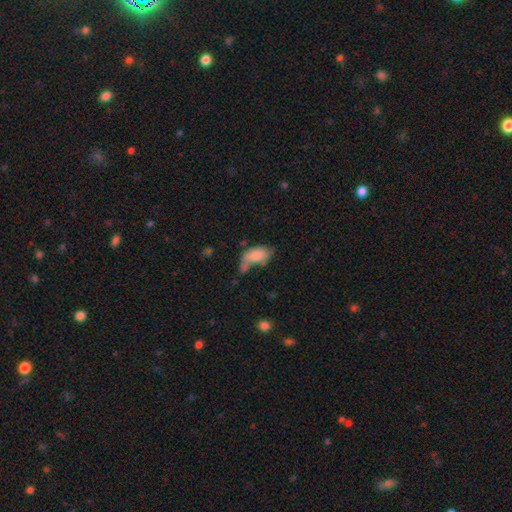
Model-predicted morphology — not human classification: Overall: smooth (78%). How rounded: in between (92%). Merging: none (30%; major disturbance 24%).